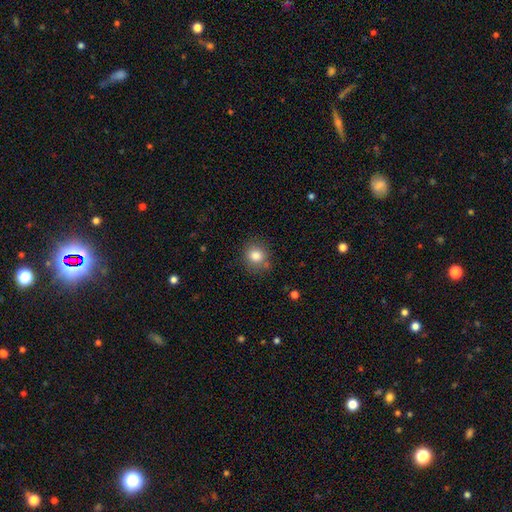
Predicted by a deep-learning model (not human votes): Overall: smooth (82%). How rounded: round (82%). Merging: none (79%).